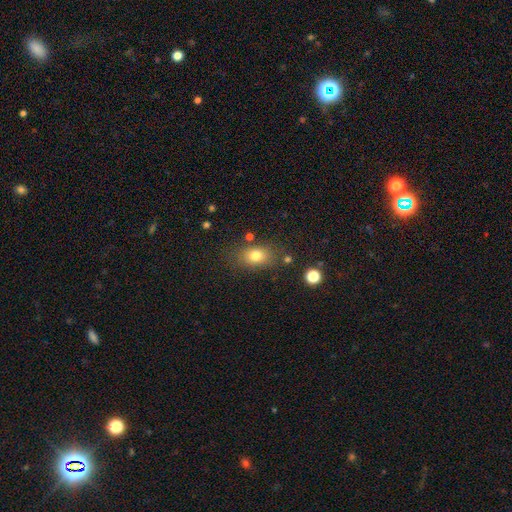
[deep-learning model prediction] Overall: smooth (79%). How rounded: in between (72%). Merging: none (77%).